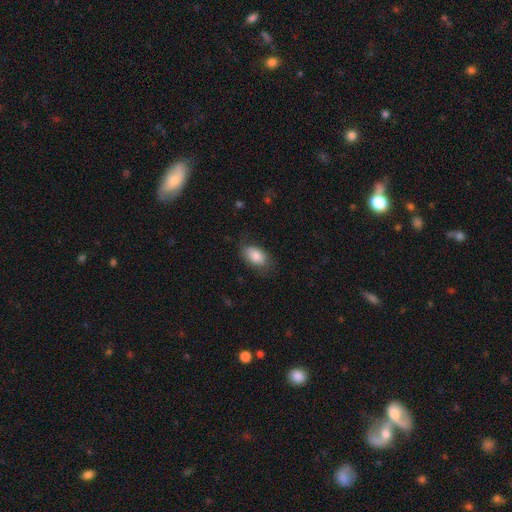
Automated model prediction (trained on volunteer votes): A smooth galaxy with no disk features (84%) that is in between round and cigar-shaped (92%).

Vote fractions:
- Smooth or featured? smooth: 84% / featured or disk: 10% / star or artifact: 7%
- How rounded? in between: 92% / round: 6% / cigar-shaped: 2%
- Merging? none: 71% / minor disturbance: 21% / major disturbance: 7% / merger: 1%